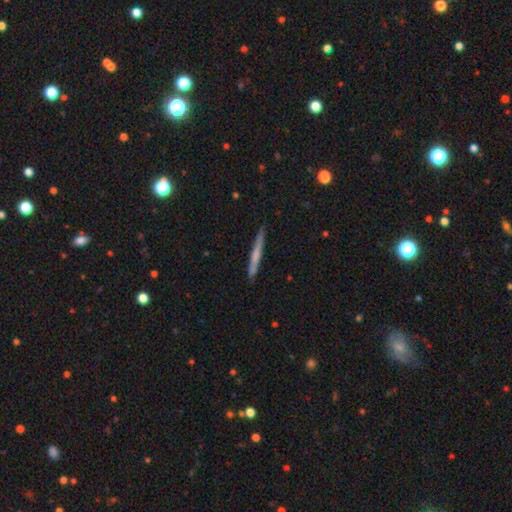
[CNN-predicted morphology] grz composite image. It shows a smooth galaxy with no disk features (52%) that is cigar-shaped (96%). Merging: none (88%).